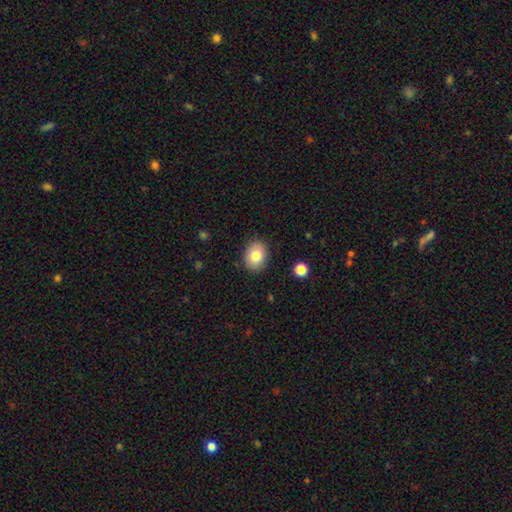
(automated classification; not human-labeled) Smooth or featured: smooth — 80% (featured or disk — 11%)
How rounded: in between — 62% (round — 37%)
Merging: none — 87% (minor disturbance — 9%)